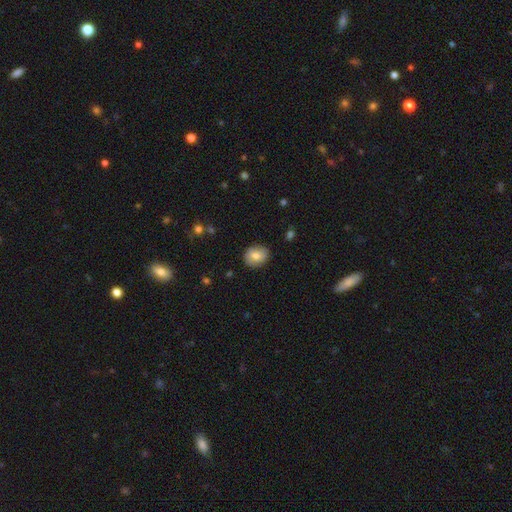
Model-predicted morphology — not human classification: smooth 74%, featured or disk 18%, star or artifact 8%. Down the decision tree: how rounded — round (68%); merging — none (85%).